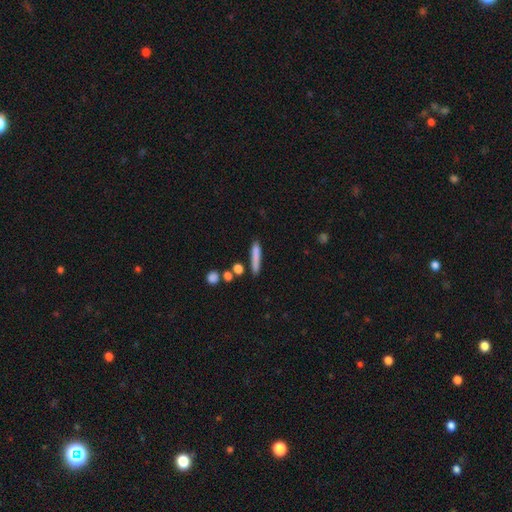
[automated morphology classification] Smooth or featured?
  - smooth: 78% *
  - featured or disk: 14%
  - star or artifact: 8%
How rounded?
  - cigar-shaped: 88% *
  - in between: 9%
  - round: 3%
Merging?
  - none: 74% *
  - minor disturbance: 15%
  - merger: 7%
  - major disturbance: 4%